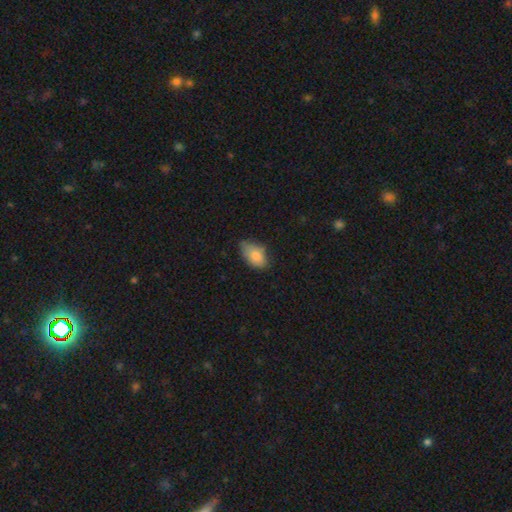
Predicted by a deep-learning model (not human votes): Smooth or featured? smooth (79%)
How rounded? in between (90%)
Merging? none (51%)